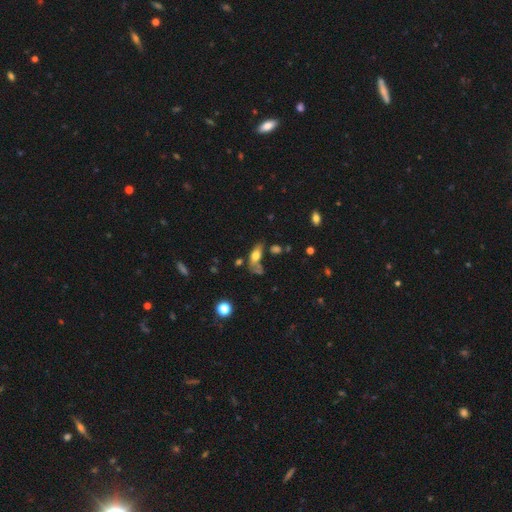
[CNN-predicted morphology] smooth 61%, featured or disk 28%, star or artifact 11%. Down the decision tree: how rounded — in between (75%); merging — none (32%).